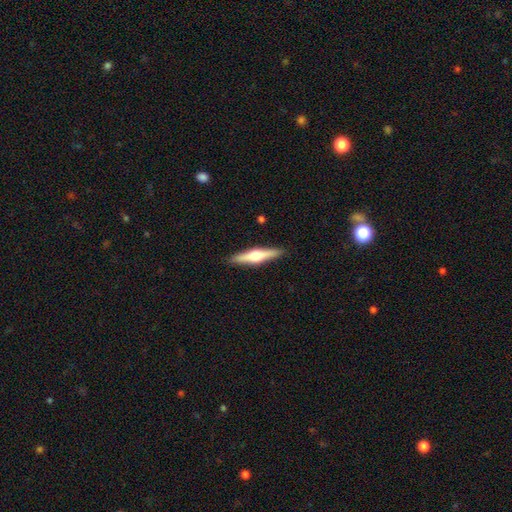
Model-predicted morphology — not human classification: Q: Smooth or featured?
A: featured or disk (62%); runner-up: smooth (33%)
Q: Edge-on disk?
A: yes (97%); runner-up: no (3%)
Q: Edge-on bulge?
A: rounded (92%); runner-up: boxy (5%)
Q: Merging?
A: none (91%); runner-up: minor disturbance (7%)